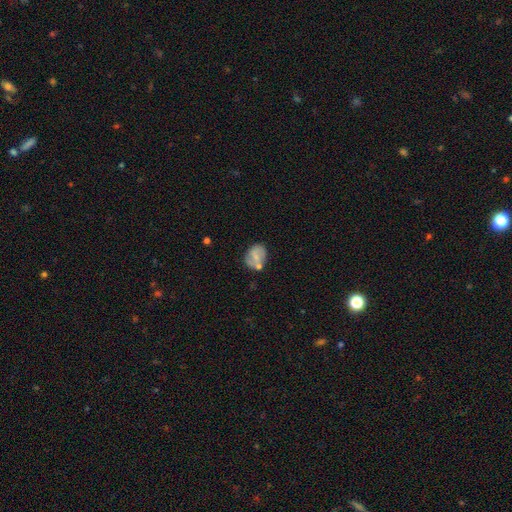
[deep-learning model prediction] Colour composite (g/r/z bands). It shows a smooth galaxy with no disk features (54%) that is in between round and cigar-shaped (55%). Merging: none (55%).